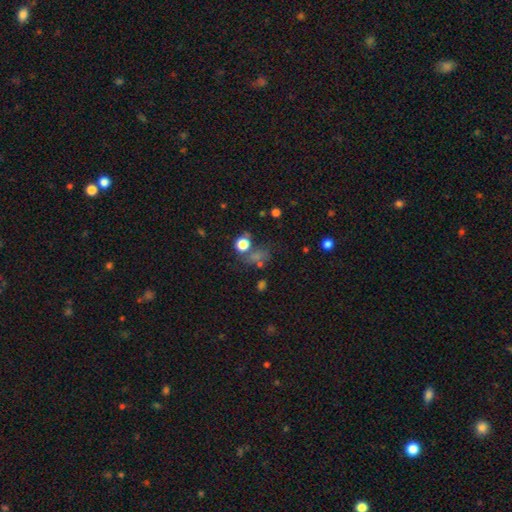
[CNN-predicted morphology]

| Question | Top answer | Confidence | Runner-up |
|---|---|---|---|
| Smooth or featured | star or artifact | 48% | smooth (39%) |